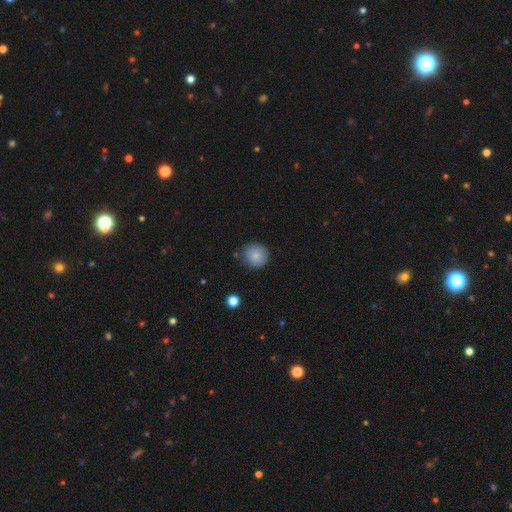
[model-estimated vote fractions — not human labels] A smooth galaxy with no disk features (83%) that is round (90%). Merging: none (83%).